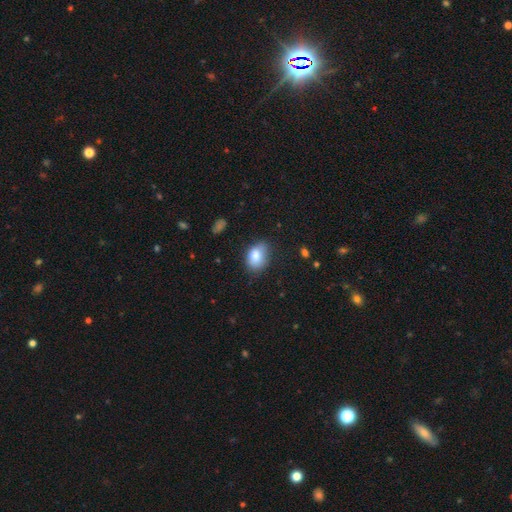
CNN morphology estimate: A smooth galaxy with no disk features (83%) that is in between round and cigar-shaped (76%). Merging: none (67%).